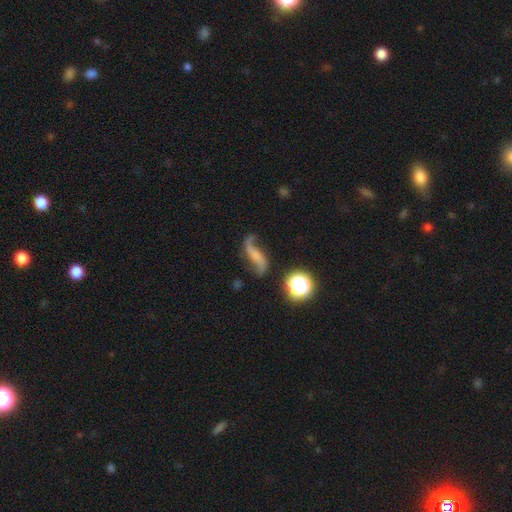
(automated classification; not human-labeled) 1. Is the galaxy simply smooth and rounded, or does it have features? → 71% featured or disk, 17% smooth, 13% star or artifact.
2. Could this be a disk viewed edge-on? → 92% no, 8% yes.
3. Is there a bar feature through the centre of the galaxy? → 48% no, 32% weak, 20% strong.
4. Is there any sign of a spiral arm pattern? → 93% yes, 7% no.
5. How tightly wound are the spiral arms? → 91% loose, 7% medium, 2% tight.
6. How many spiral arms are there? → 88% 2, 8% 1, 2% can't tell, 1% 3, 1% 4, 1% more than 4.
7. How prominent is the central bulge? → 56% none, 24% small, 11% moderate, 5% large, 4% dominant.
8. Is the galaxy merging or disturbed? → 62% none, 19% minor disturbance, 14% major disturbance, 5% merger.